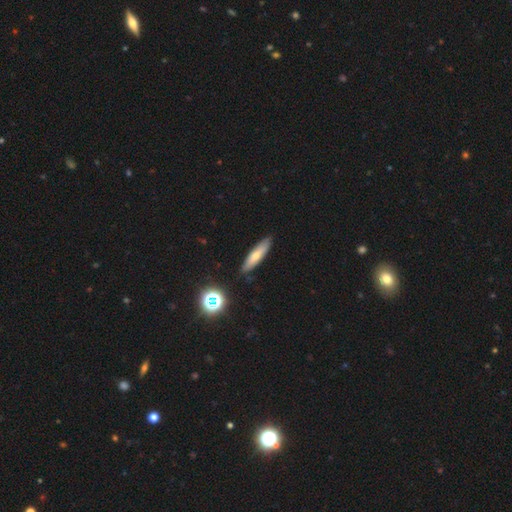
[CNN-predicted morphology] This is likely a smooth galaxy (62%). How rounded: likely cigar-shaped (72%). Merging: clearly none (87%).